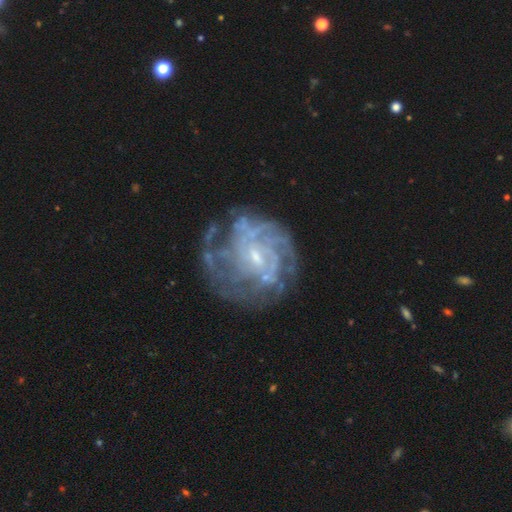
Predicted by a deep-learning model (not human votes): This appears to be a featured or disk galaxy (84%) with a weak bar (47%), tight (64%) spiral arms (89%) and a small central bulge (65%). Merging: none (64%).